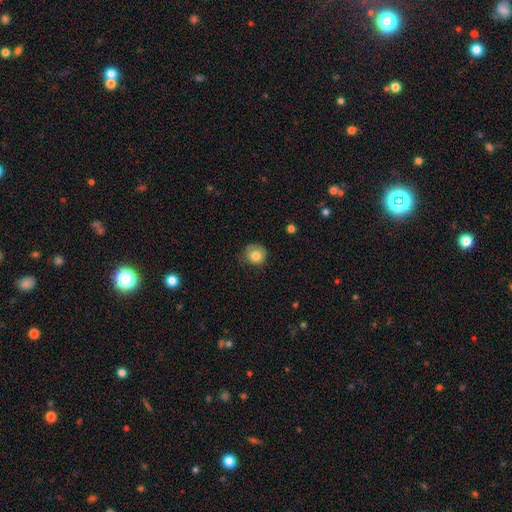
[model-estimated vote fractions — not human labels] Smooth or featured: smooth — 79% (featured or disk — 12%)
How rounded: round — 86% (in between — 13%)
Merging: none — 64% (minor disturbance — 26%)